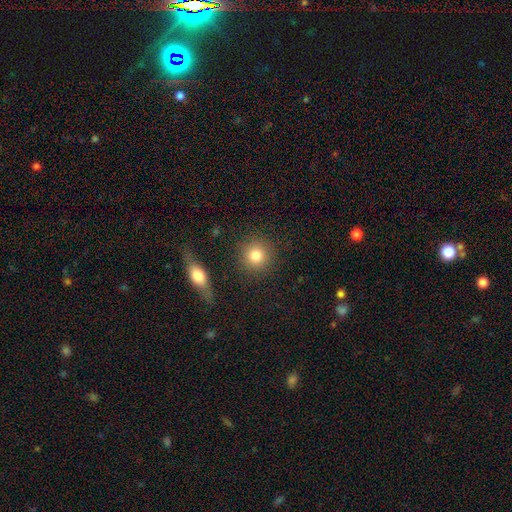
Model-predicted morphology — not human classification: This is clearly a smooth galaxy (82%). How rounded: clearly round (92%). Merging: clearly none (86%).